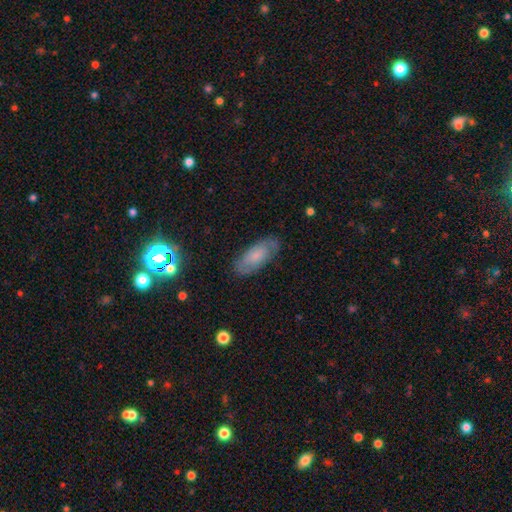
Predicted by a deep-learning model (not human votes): Smooth or featured: smooth — 51% (featured or disk — 39%)
How rounded: in between — 84% (cigar-shaped — 13%)
Merging: none — 79% (minor disturbance — 15%)